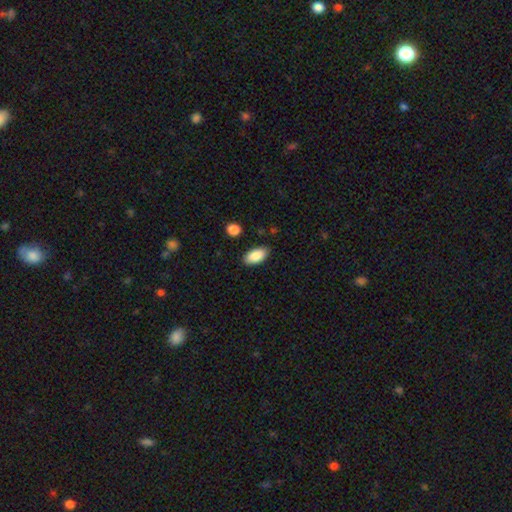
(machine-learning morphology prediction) This is clearly a smooth galaxy (88%). How rounded: clearly in between (93%). Merging: clearly none (86%).